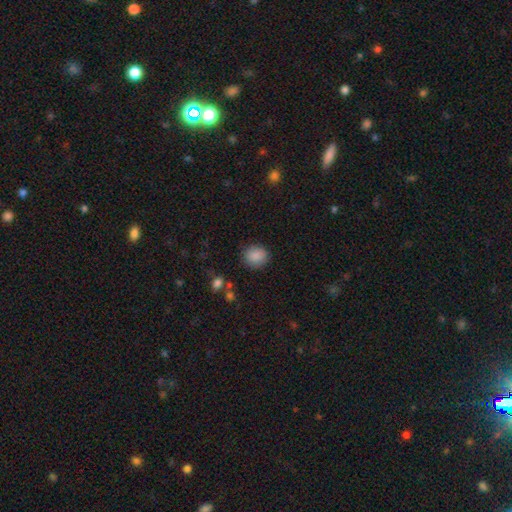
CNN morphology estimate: A smooth galaxy with no disk features (88%) that is round (83%).

Vote fractions:
- Smooth or featured? smooth: 88% / star or artifact: 9% / featured or disk: 4%
- How rounded? round: 83% / in between: 16% / cigar-shaped: 1%
- Merging? none: 87% / minor disturbance: 9% / major disturbance: 3% / merger: 1%